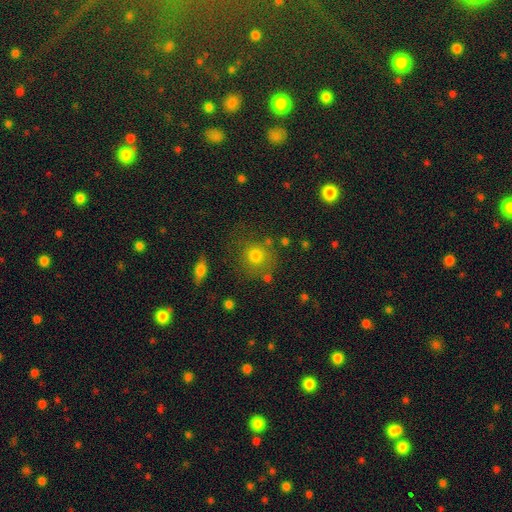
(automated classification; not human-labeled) The model was most divided on "merging": none: 71%, minor disturbance: 15%, major disturbance: 7%, merger: 7%. More confident: how rounded — round (86%); smooth or featured — smooth (75%).